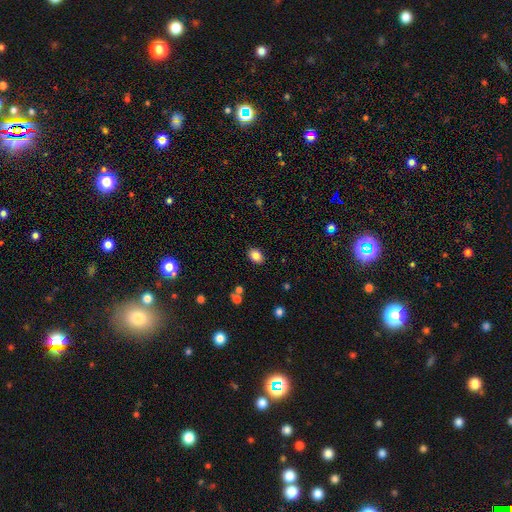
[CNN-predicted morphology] A smooth galaxy with no disk features (84%) that is in between round and cigar-shaped (77%).

Vote fractions:
- Smooth or featured? smooth: 84% / star or artifact: 9% / featured or disk: 7%
- How rounded? in between: 77% / round: 22% / cigar-shaped: 1%
- Merging? none: 88% / minor disturbance: 8% / major disturbance: 2% / merger: 2%